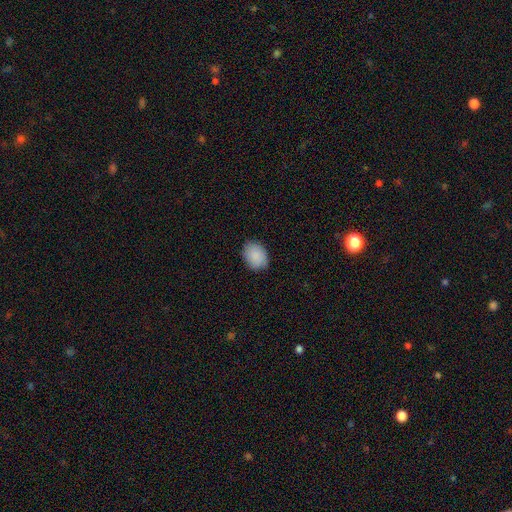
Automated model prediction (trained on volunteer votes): smooth_or_featured: smooth (p=0.89) [alt: star or artifact p=0.07]
how_rounded: in between (p=0.67) [alt: round p=0.32]
merging: none (p=0.83) [alt: minor disturbance p=0.14]